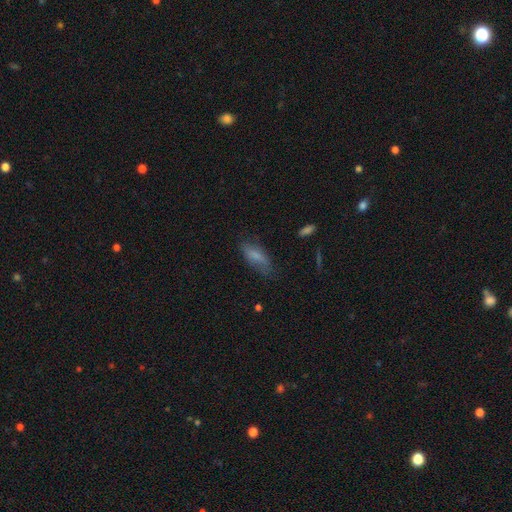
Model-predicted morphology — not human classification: Smooth or featured: smooth — 73% (featured or disk — 18%)
How rounded: in between — 69% (cigar-shaped — 28%)
Merging: none — 67% (minor disturbance — 24%)